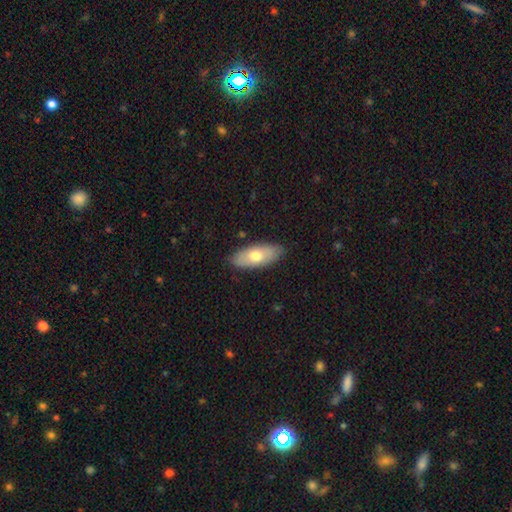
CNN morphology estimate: Q: Smooth or featured?
A: smooth (69%); runner-up: featured or disk (26%)
Q: How rounded?
A: in between (83%); runner-up: cigar-shaped (14%)
Q: Merging?
A: none (85%); runner-up: minor disturbance (12%)